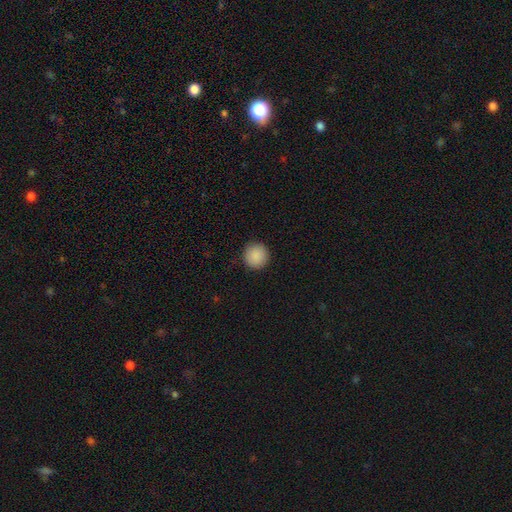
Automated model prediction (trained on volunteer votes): A smooth galaxy with no disk features (89%) that is round (95%).

Vote fractions:
- Smooth or featured? smooth: 89% / star or artifact: 8% / featured or disk: 3%
- How rounded? round: 95% / in between: 4% / cigar-shaped: 1%
- Merging? none: 92% / minor disturbance: 5% / major disturbance: 2% / merger: 1%